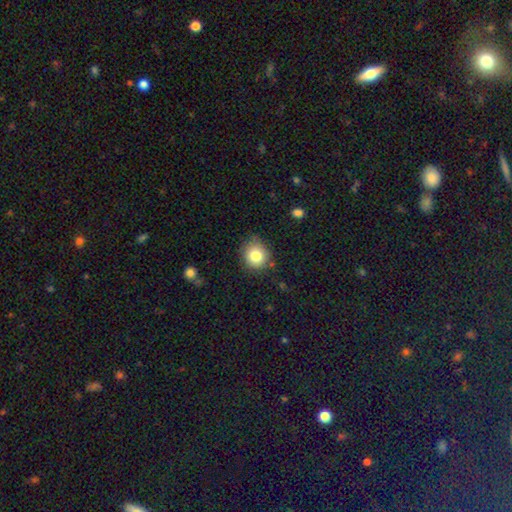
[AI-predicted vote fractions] A smooth galaxy with no disk features (81%) that is round (84%). Merging: none (78%).